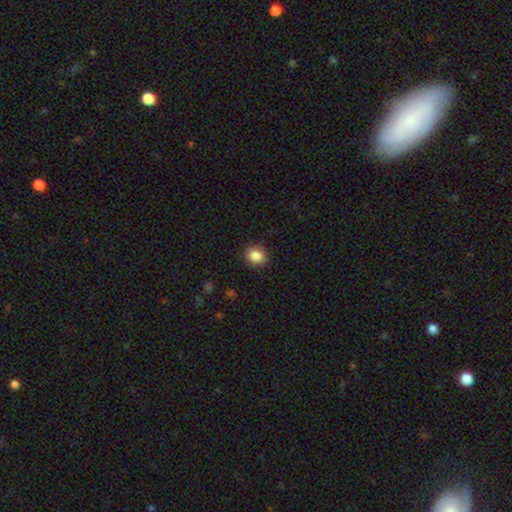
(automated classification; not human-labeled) Q: Smooth or featured?
A: smooth (86%); runner-up: star or artifact (9%)
Q: How rounded?
A: round (71%); runner-up: in between (28%)
Q: Merging?
A: none (88%); runner-up: minor disturbance (9%)